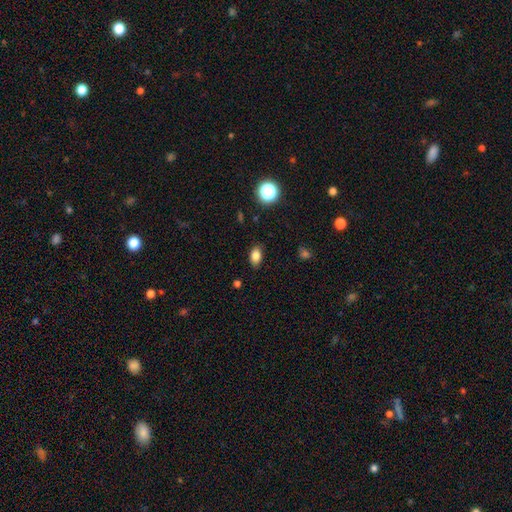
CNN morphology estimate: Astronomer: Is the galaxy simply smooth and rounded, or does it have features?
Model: smooth — 82%.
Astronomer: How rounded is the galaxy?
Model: in between — 85%.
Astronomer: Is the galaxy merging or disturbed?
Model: none — 85%.